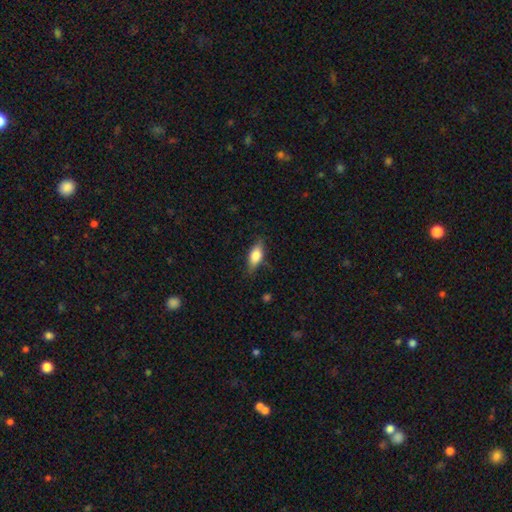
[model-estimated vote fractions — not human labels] The model was most divided on "smooth or featured": smooth: 74%, featured or disk: 19%, star or artifact: 7%. More confident: how rounded — in between (80%); merging — none (75%).